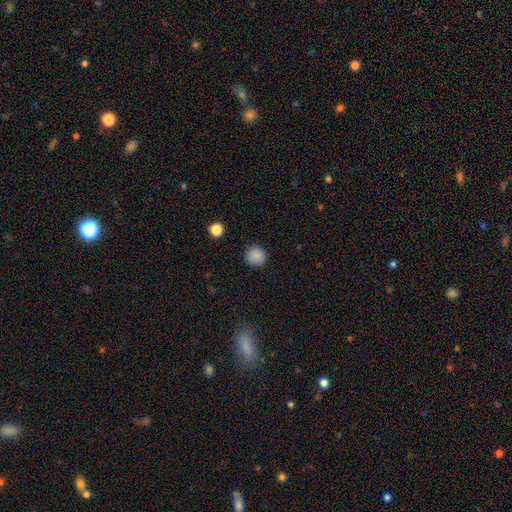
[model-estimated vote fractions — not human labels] smooth 87%, star or artifact 10%, featured or disk 4%. Down the decision tree: how rounded — round (94%); merging — none (90%).